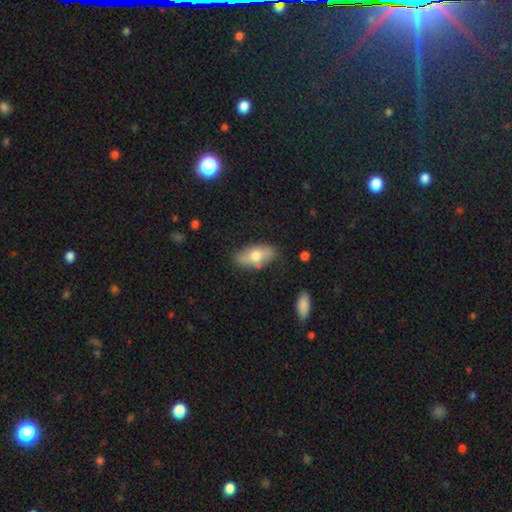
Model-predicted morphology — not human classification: type=smooth (64%); roundness=in between (88%); merging=none (75%).